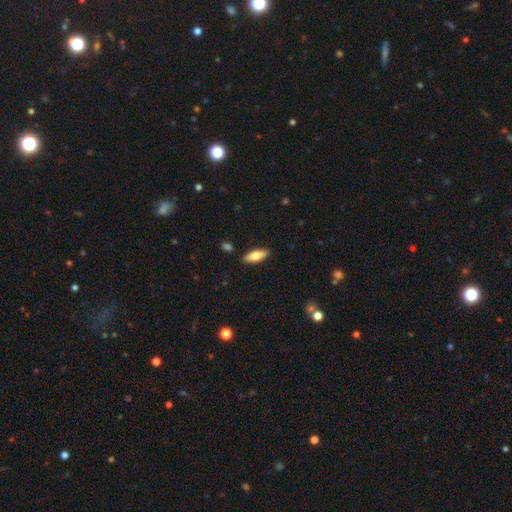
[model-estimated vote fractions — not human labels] Smooth or featured? smooth (72%)
How rounded? in between (71%)
Merging? none (88%)